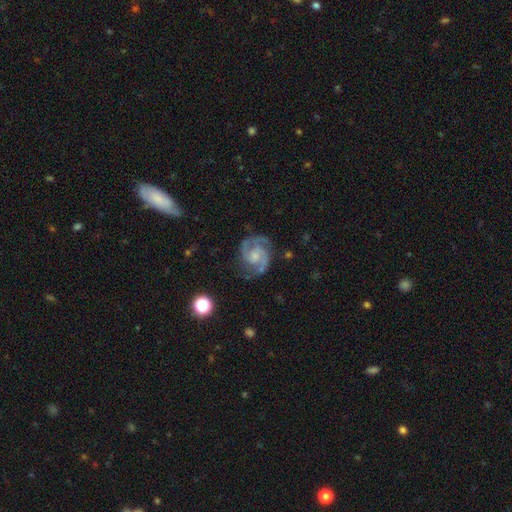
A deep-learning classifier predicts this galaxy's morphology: Q: Smooth or featured?
A: featured or disk (90%); runner-up: star or artifact (5%)
Q: Edge-on disk?
A: no (98%); runner-up: yes (2%)
Q: Bar?
A: no (59%); runner-up: weak (35%)
Q: Spiral arms?
A: yes (98%); runner-up: no (2%)
Q: Spiral winding?
A: medium (53%); runner-up: tight (39%)
Q: Spiral arm count?
A: 2 (80%); runner-up: 3 (10%)
Q: Bulge size?
A: small (50%); runner-up: moderate (31%)
Q: Merging?
A: none (75%); runner-up: minor disturbance (16%)